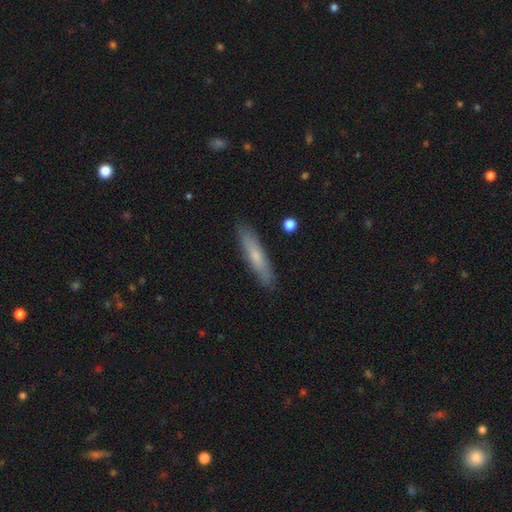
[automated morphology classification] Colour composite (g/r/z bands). It shows a smooth galaxy with no disk features (62%) that is cigar-shaped (85%). Merging: none (88%).